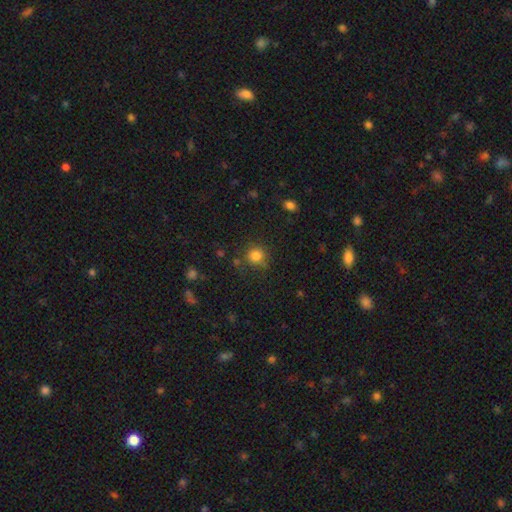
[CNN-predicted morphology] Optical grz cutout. It shows a smooth galaxy with no disk features (82%) that is round (90%). Merging: none (79%).